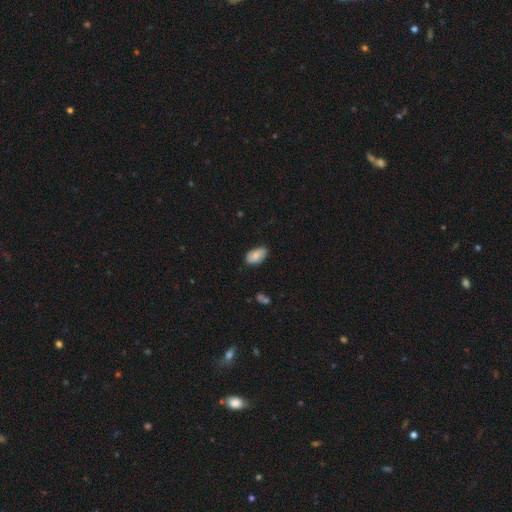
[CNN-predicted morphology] A smooth galaxy with no disk features (74%) that is in between round and cigar-shaped (94%). Merging: none (77%).